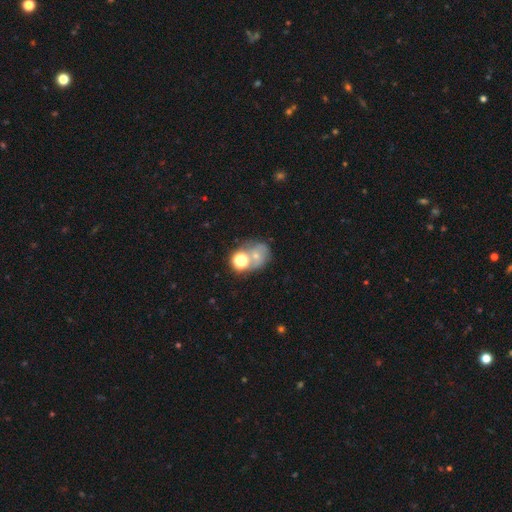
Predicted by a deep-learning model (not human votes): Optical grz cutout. It shows a smooth galaxy with no disk features (48%). Merging: none (38%).